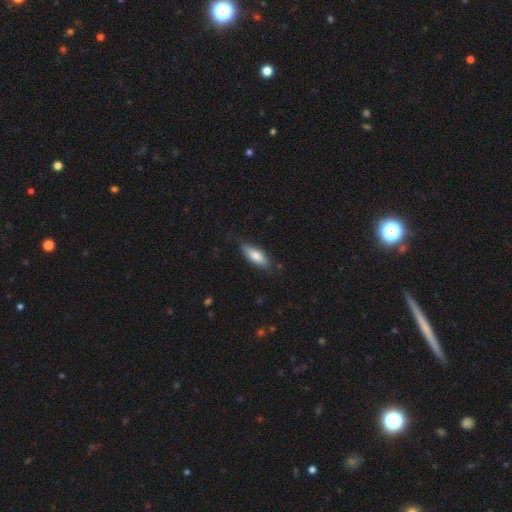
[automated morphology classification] Smooth or featured?
  - smooth: 75% *
  - featured or disk: 20%
  - star or artifact: 6%
How rounded?
  - in between: 65% *
  - cigar-shaped: 33%
  - round: 2%
Merging?
  - none: 76% *
  - minor disturbance: 19%
  - major disturbance: 3%
  - merger: 1%